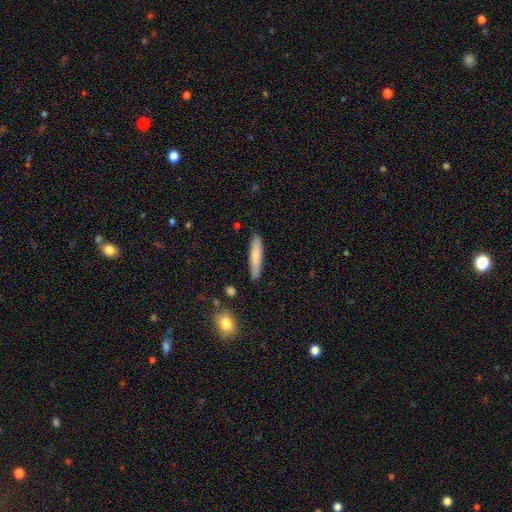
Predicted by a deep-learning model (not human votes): Smooth or featured? smooth (76%)
How rounded? cigar-shaped (84%)
Merging? none (86%)